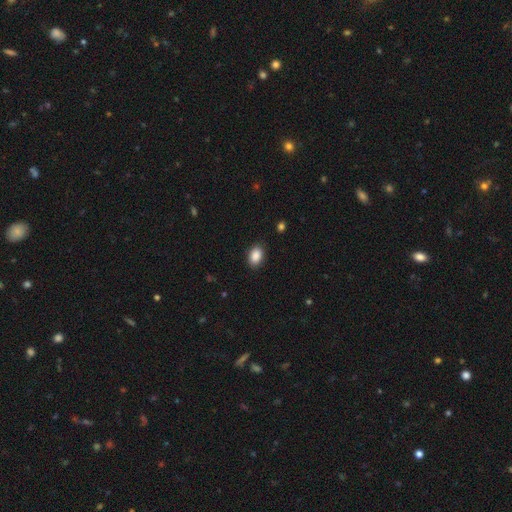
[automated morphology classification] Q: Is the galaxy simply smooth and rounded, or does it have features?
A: smooth — 89%.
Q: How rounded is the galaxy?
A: in between — 83%.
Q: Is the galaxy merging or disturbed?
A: none — 88%.